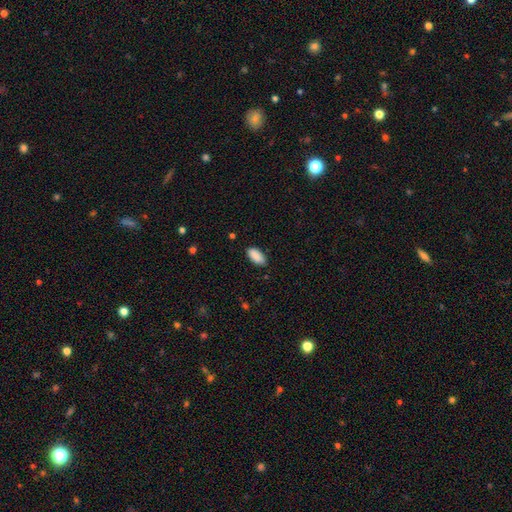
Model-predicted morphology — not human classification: Q: Smooth or featured?
A: smooth (90%); runner-up: star or artifact (6%)
Q: How rounded?
A: in between (92%); runner-up: cigar-shaped (6%)
Q: Merging?
A: none (84%); runner-up: minor disturbance (12%)